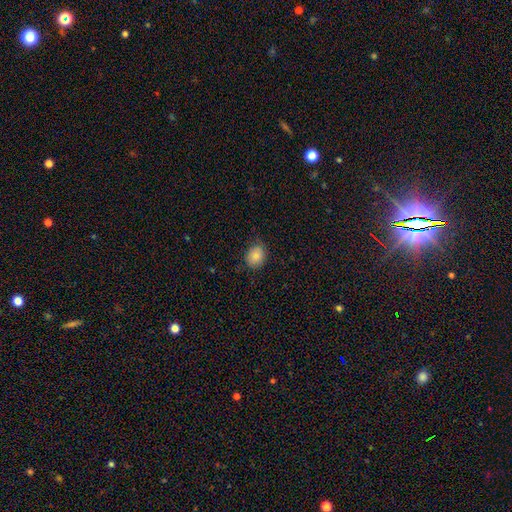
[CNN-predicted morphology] Smooth or featured?
  - smooth: 84% *
  - star or artifact: 9%
  - featured or disk: 8%
How rounded?
  - round: 51% *
  - in between: 48%
  - cigar-shaped: 1%
Merging?
  - none: 78% *
  - minor disturbance: 17%
  - major disturbance: 3%
  - merger: 1%